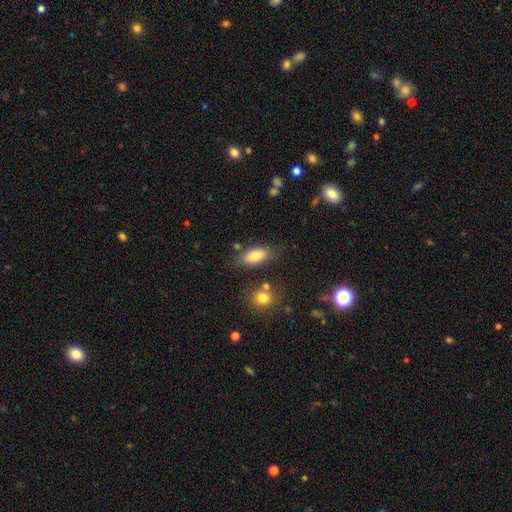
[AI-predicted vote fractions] smooth 80%, featured or disk 12%, star or artifact 8%. Down the decision tree: how rounded — in between (85%); merging — none (75%).